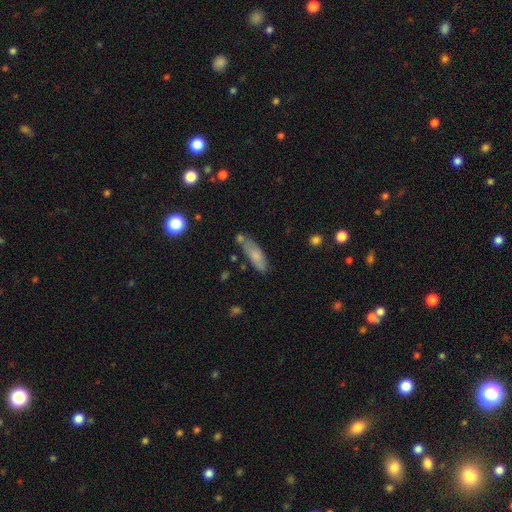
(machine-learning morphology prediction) A smooth galaxy with no disk features (75%) that is in between round and cigar-shaped (56%).

Vote fractions:
- Smooth or featured? smooth: 75% / featured or disk: 18% / star or artifact: 7%
- How rounded? in between: 56% / cigar-shaped: 42% / round: 2%
- Merging? none: 57% / minor disturbance: 23% / merger: 14% / major disturbance: 6%